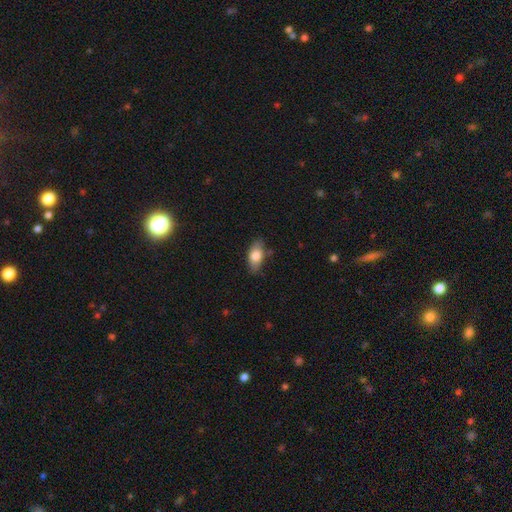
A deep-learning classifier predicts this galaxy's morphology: smooth_or_featured: smooth (p=0.76) [alt: featured or disk p=0.18]
how_rounded: in between (p=0.89) [alt: cigar-shaped p=0.07]
merging: none (p=0.79) [alt: minor disturbance p=0.16]